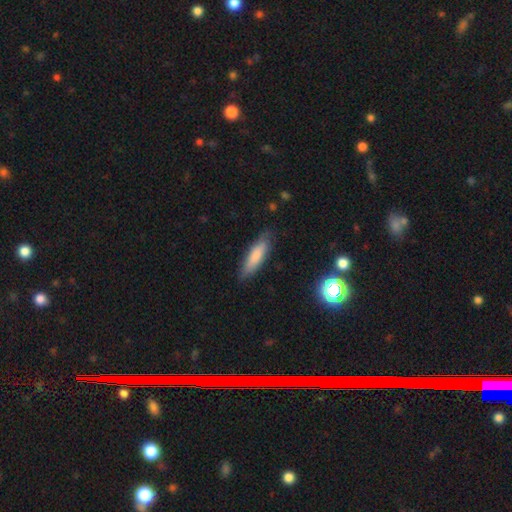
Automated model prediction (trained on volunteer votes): smooth-or-featured: smooth: 79% | featured or disk: 15% | star or artifact: 6%
  how-rounded: cigar-shaped: 64% | in between: 35% | round: 2%
  merging: none: 80% | minor disturbance: 15% | major disturbance: 3% | merger: 1%